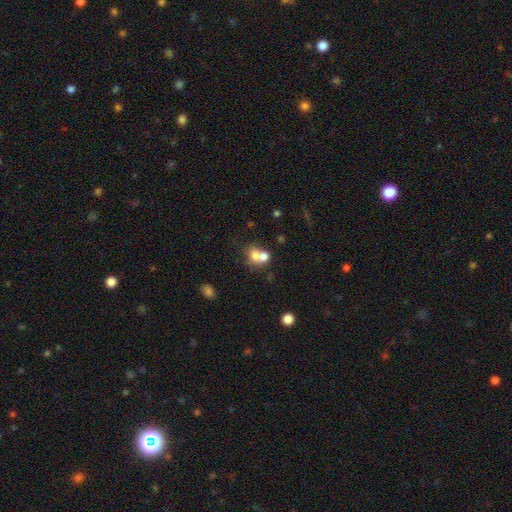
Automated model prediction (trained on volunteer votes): This appears to be a smooth galaxy with no disk features (69%) that is round (69%). Merging: merger (61%).